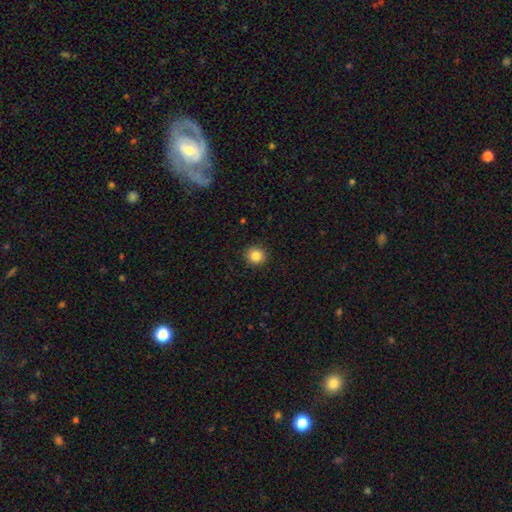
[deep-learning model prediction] Smooth or featured: smooth — 85% (star or artifact — 11%)
How rounded: round — 91% (in between — 8%)
Merging: none — 92% (minor disturbance — 6%)